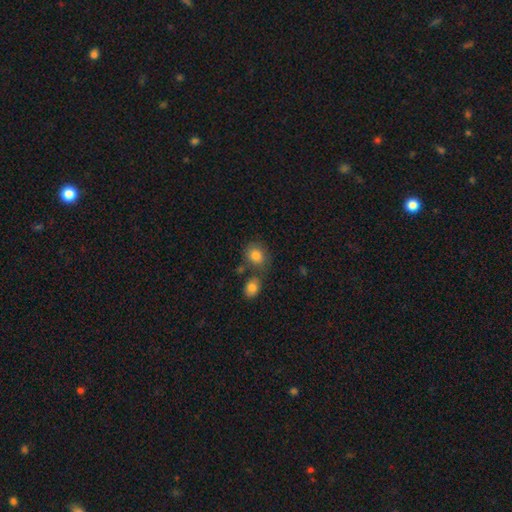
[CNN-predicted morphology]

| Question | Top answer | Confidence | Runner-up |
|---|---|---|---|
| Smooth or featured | smooth | 83% | star or artifact (9%) |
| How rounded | round | 55% | in between (44%) |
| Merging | none | 58% | merger (22%) |